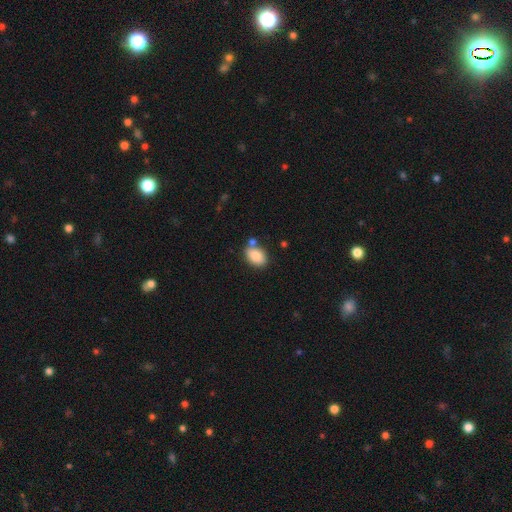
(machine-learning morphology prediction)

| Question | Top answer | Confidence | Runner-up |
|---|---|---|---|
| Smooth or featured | smooth | 85% | star or artifact (8%) |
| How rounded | in between | 85% | round (14%) |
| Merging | none | 66% | merger (16%) |